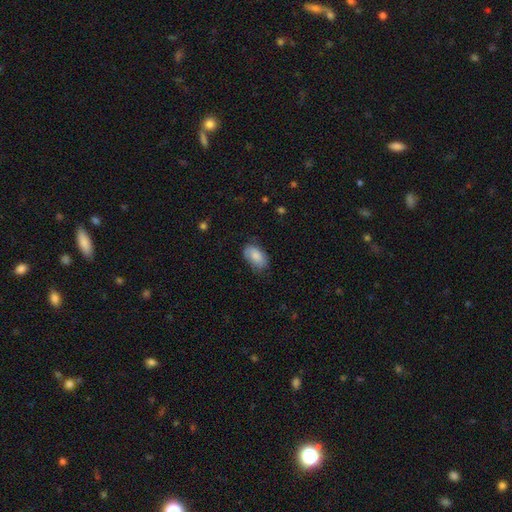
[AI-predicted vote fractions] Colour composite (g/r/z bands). It shows a smooth galaxy with no disk features (83%) that is in between round and cigar-shaped (93%). Merging: none (69%).